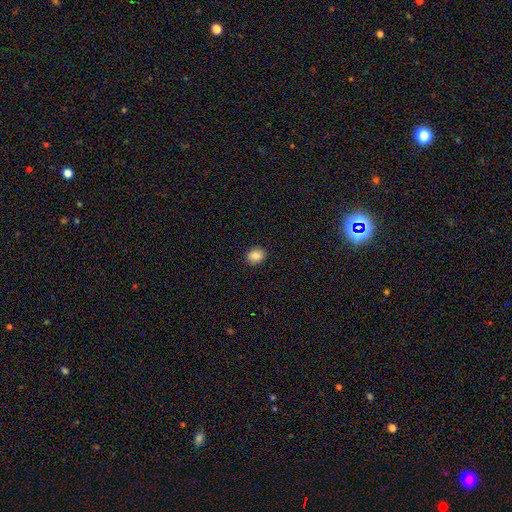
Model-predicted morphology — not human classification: smooth 85%, star or artifact 10%, featured or disk 6%. Down the decision tree: how rounded — round (55%); merging — none (90%).